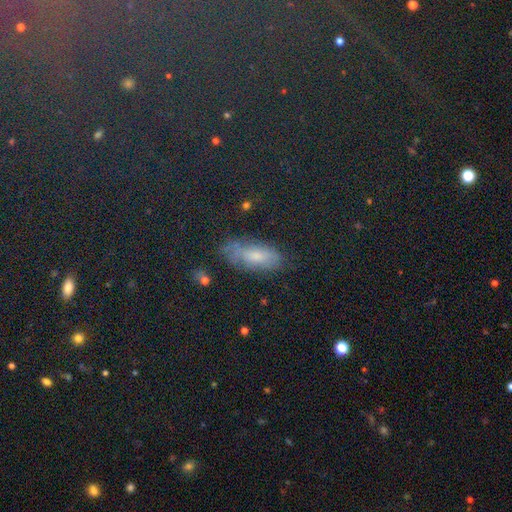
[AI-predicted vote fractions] A smooth galaxy with no disk features (51%) that is in between round and cigar-shaped (77%). Merging: none (66%).